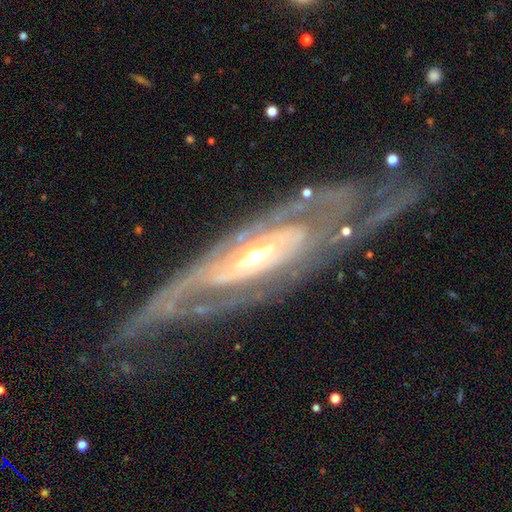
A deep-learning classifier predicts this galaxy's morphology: Q: Smooth or featured?
A: featured or disk (87%); runner-up: smooth (8%)
Q: Edge-on disk?
A: no (81%); runner-up: yes (19%)
Q: Bar?
A: no (44%); runner-up: weak (30%)
Q: Spiral arms?
A: yes (83%); runner-up: no (17%)
Q: Spiral winding?
A: tight (62%); runner-up: medium (27%)
Q: Spiral arm count?
A: can't tell (42%); runner-up: 2 (33%)
Q: Bulge size?
A: moderate (48%); runner-up: small (46%)
Q: Merging?
A: none (68%); runner-up: minor disturbance (18%)